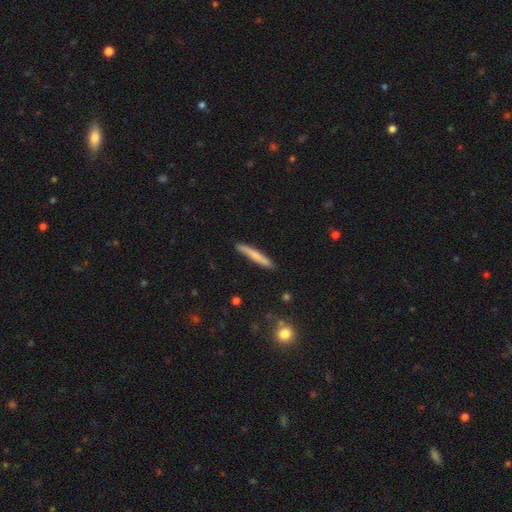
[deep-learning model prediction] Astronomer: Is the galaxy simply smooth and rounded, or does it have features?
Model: smooth — 68%.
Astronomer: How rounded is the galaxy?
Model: cigar-shaped — 95%.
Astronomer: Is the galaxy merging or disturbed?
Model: none — 85%.